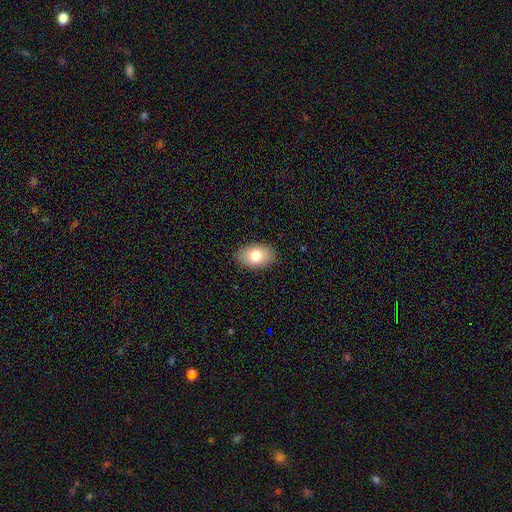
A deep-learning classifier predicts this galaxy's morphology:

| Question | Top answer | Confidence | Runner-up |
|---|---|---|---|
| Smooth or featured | smooth | 78% | featured or disk (14%) |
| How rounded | in between | 89% | round (10%) |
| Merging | none | 88% | minor disturbance (9%) |